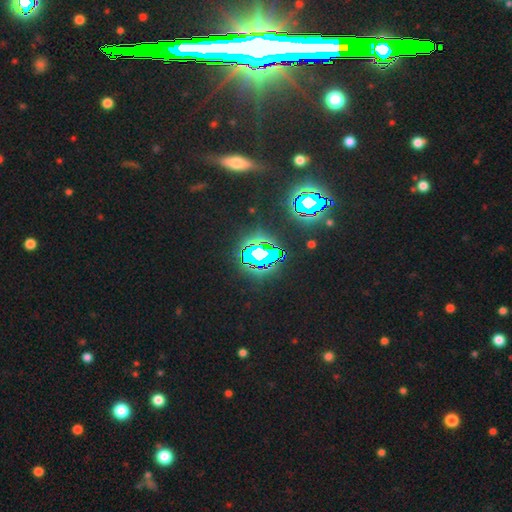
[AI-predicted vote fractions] smooth-or-featured: star or artifact: 71% | smooth: 16% | featured or disk: 13%